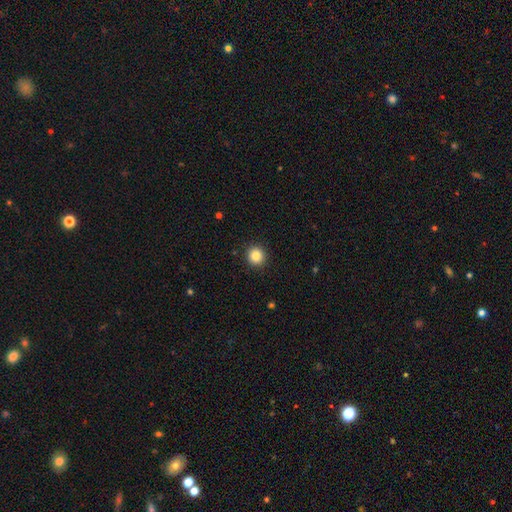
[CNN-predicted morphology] Overall: smooth (84%). How rounded: round (93%). Merging: none (93%).